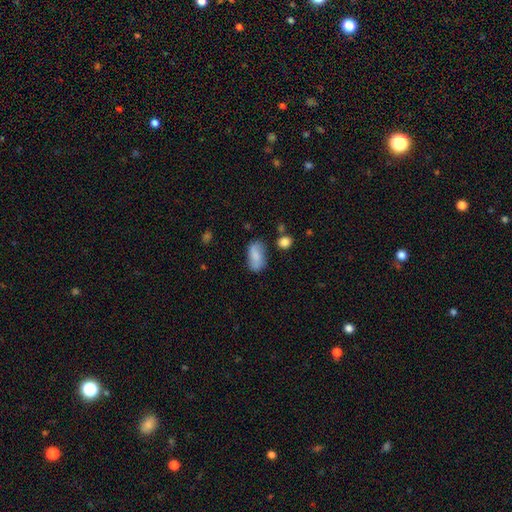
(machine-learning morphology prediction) Smooth or featured? smooth (76%)
How rounded? in between (90%)
Merging? none (67%)